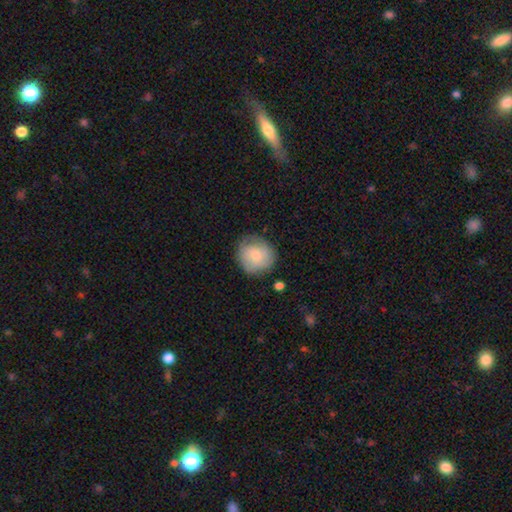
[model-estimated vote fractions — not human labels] The model was most divided on "smooth or featured": smooth: 71%, featured or disk: 22%, star or artifact: 7%. More confident: how rounded — round (88%); merging — none (74%).